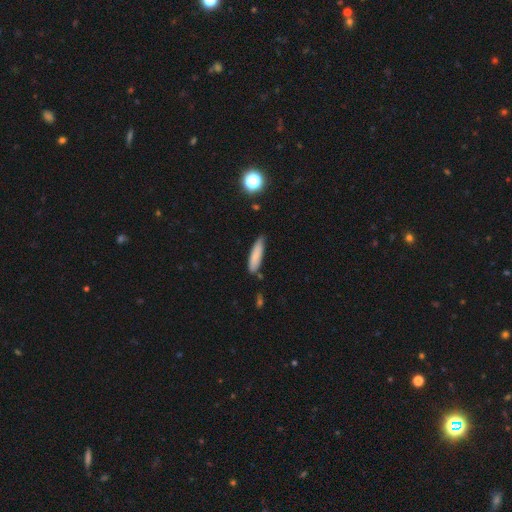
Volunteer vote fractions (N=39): Morphology: type=smooth (87%); roundness=cigar-shaped (79%); merging=none (62%).